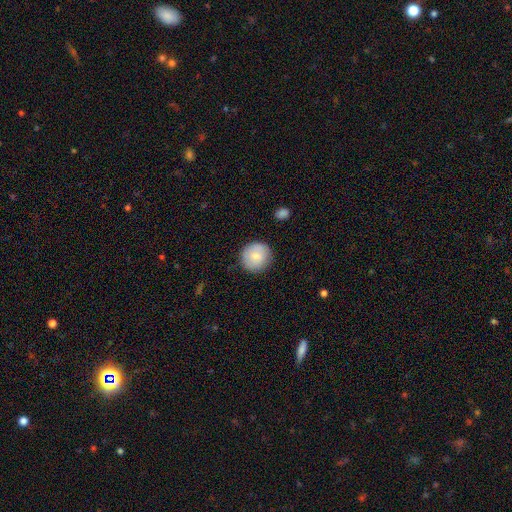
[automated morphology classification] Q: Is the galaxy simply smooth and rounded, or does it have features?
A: smooth — 78%.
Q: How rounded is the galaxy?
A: round — 92%.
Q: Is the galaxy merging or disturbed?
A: none — 85%.